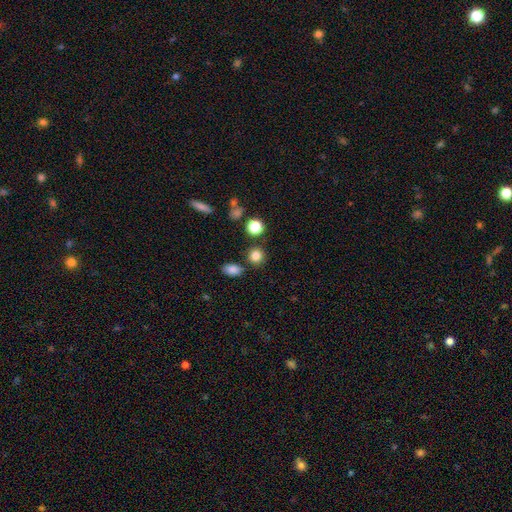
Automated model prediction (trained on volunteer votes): smooth 83%, star or artifact 12%, featured or disk 5%. Down the decision tree: how rounded — round (86%); merging — none (81%).